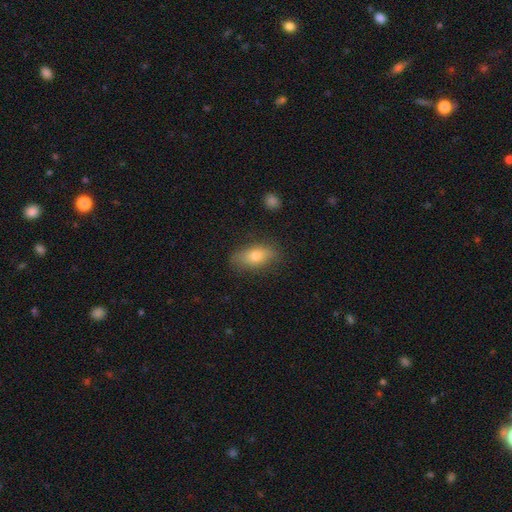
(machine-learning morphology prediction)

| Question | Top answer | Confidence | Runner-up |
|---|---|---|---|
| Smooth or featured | smooth | 68% | featured or disk (24%) |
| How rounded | in between | 83% | cigar-shaped (11%) |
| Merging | none | 79% | minor disturbance (16%) |